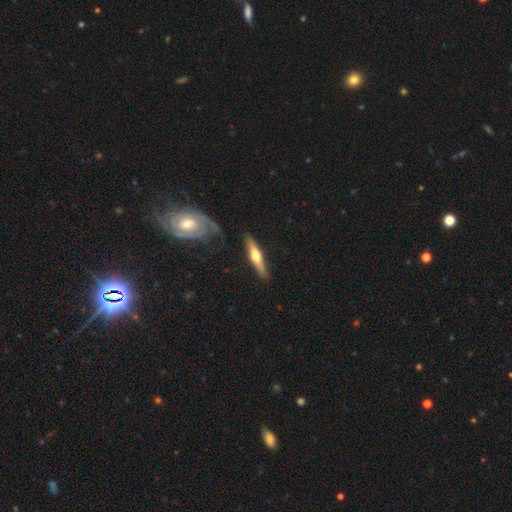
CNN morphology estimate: The model was most divided on "smooth or featured": featured or disk: 66%, smooth: 30%, star or artifact: 5%. More confident: edge-on disk — yes (94%); edge-on bulge — rounded (93%); merging — none (82%).